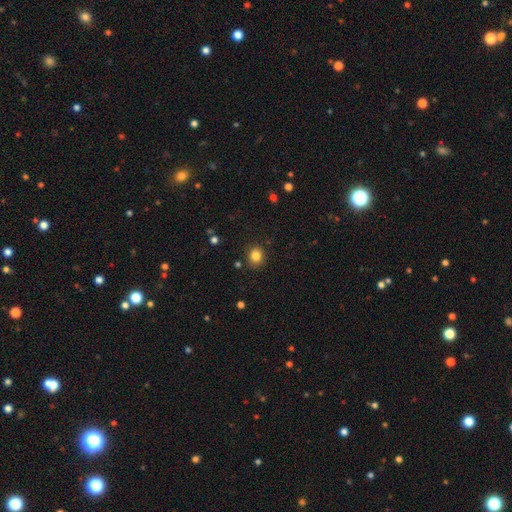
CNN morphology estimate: Smooth or featured: smooth — 84% (star or artifact — 11%)
How rounded: round — 81% (in between — 18%)
Merging: none — 87% (minor disturbance — 9%)